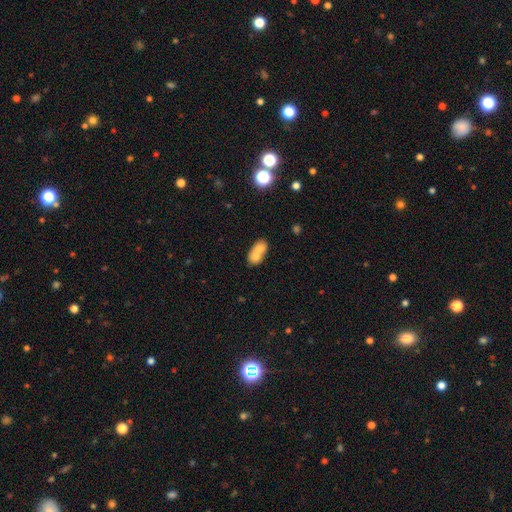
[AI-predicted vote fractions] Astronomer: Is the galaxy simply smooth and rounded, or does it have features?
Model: smooth — 71%.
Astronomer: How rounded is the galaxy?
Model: in between — 78%.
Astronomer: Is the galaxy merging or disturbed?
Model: merger — 65%.